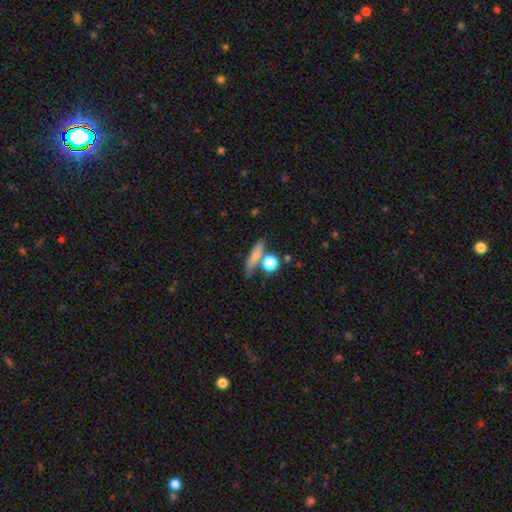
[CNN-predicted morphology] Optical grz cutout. It shows a smooth galaxy with no disk features (74%) that is cigar-shaped (57%). Merging: none (62%).